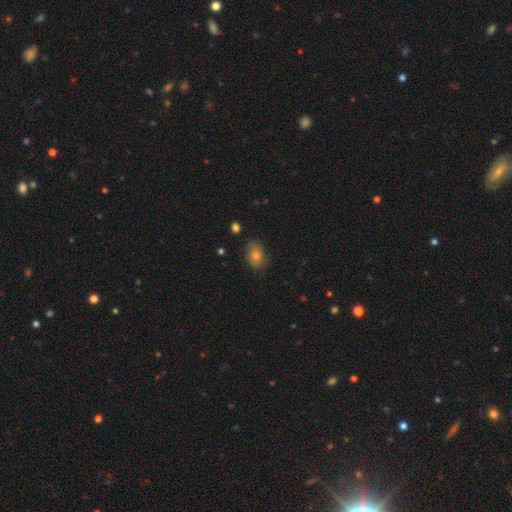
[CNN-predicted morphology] This is likely a smooth galaxy (75%). How rounded: likely in between (78%). Merging: likely none (79%).